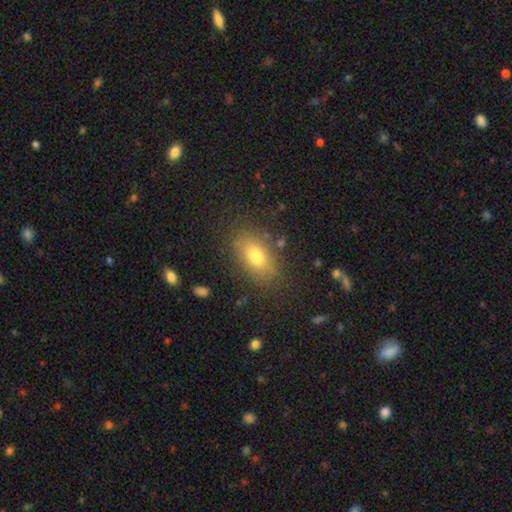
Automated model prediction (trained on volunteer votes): This is likely a smooth galaxy (76%). How rounded: clearly in between (89%). Merging: clearly none (82%).